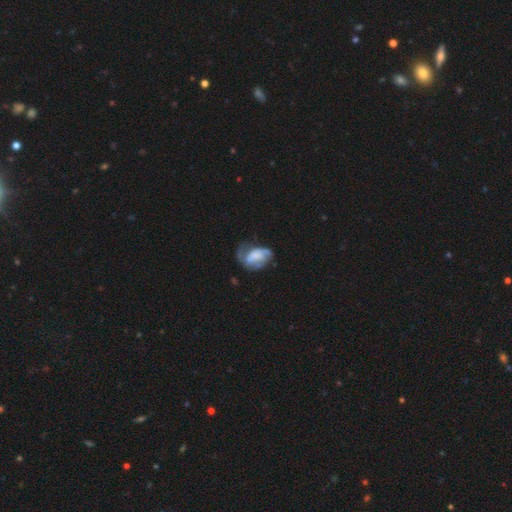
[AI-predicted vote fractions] smooth-or-featured: featured or disk: 59% | smooth: 34% | star or artifact: 8%
  disk-edge-on: no: 97% | yes: 3%
    bar: no: 62% | weak: 29% | strong: 9%
    has-spiral-arms: yes: 72% | no: 28%
    bulge-size: none: 32% | small: 27% | moderate: 21% | large: 17% | dominant: 4%
  merging: major disturbance: 35% (tied) | none: 35% (tied) | minor disturbance: 27% | merger: 3%